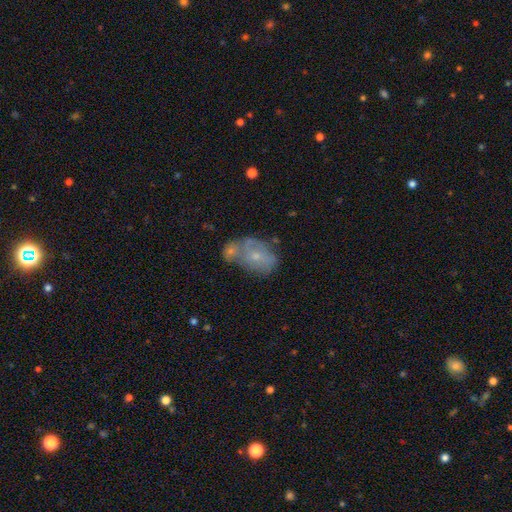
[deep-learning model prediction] Smooth or featured? Predicted: smooth (p=0.46). Merging? Predicted: merger (p=0.43).